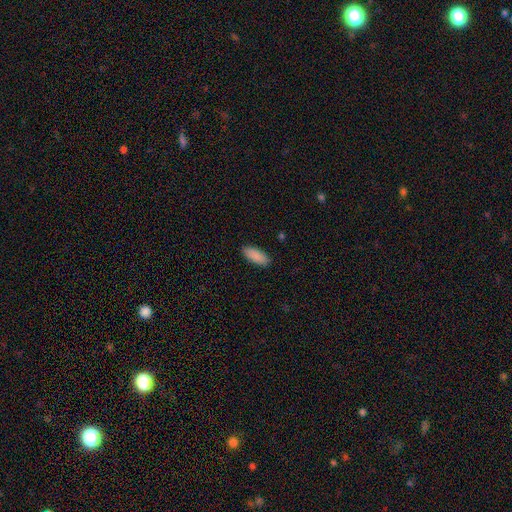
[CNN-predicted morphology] smooth_or_featured: smooth (p=0.90) [alt: star or artifact p=0.06]
how_rounded: in between (p=0.80) [alt: cigar-shaped p=0.18]
merging: none (p=0.89) [alt: minor disturbance p=0.08]